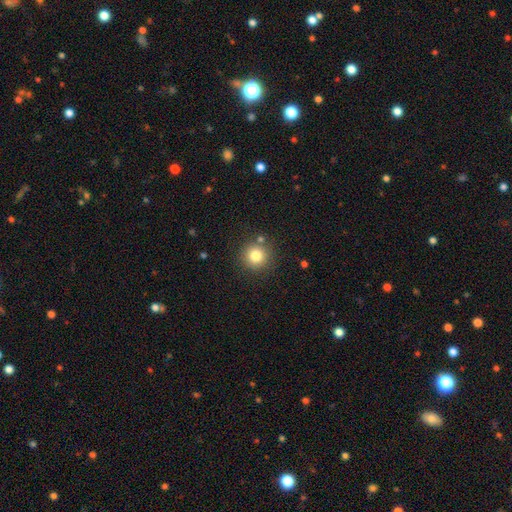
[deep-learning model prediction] Smooth or featured? smooth (80%)
How rounded? round (94%)
Merging? none (83%)